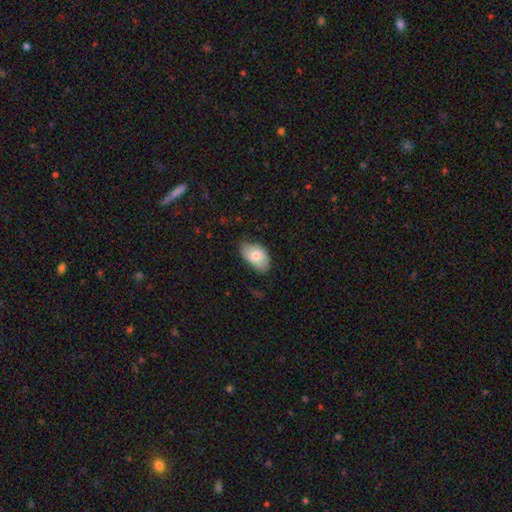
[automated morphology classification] Smooth or featured: smooth — 76% (featured or disk — 18%)
How rounded: in between — 92% (round — 7%)
Merging: none — 61% (minor disturbance — 32%)